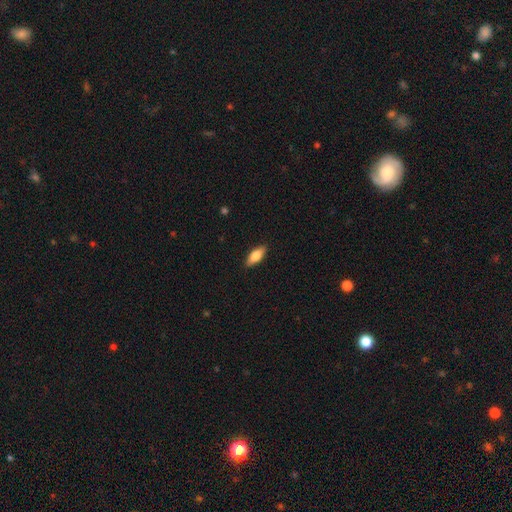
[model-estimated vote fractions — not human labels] Morphology: type=smooth (75%); roundness=in between (74%); merging=none (89%).